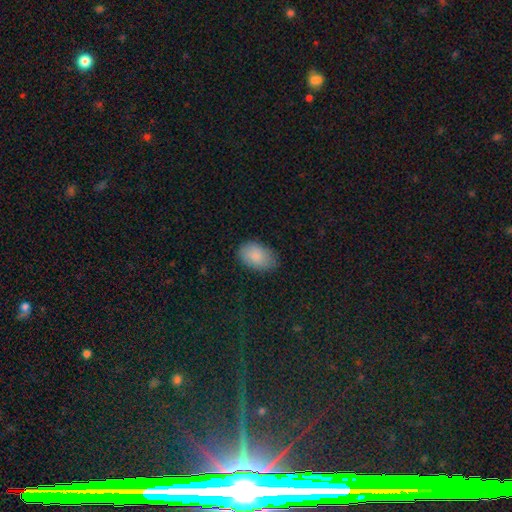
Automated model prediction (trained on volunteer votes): smooth 87%, star or artifact 7%, featured or disk 6%. Down the decision tree: how rounded — in between (89%); merging — none (81%).